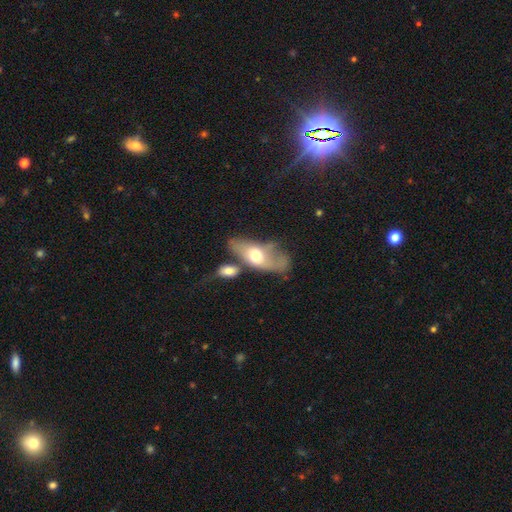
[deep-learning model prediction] This is possibly a smooth galaxy (53%). How rounded: clearly in between (84%). Merging: marginally merger (33%).